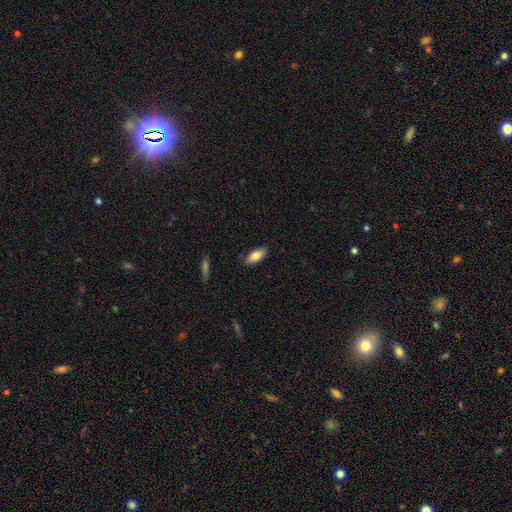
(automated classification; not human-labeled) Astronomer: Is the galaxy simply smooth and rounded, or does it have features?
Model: smooth — 81%.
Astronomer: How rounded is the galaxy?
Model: in between — 85%.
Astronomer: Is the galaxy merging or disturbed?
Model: none — 87%.